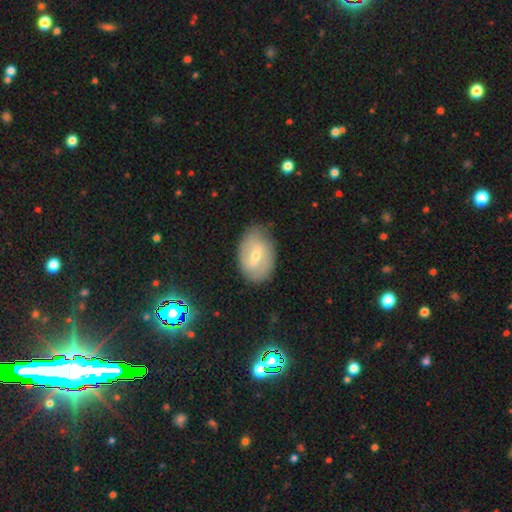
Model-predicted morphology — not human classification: Q: Smooth or featured?
A: featured or disk (58%); runner-up: smooth (32%)
Q: Edge-on disk?
A: no (92%); runner-up: yes (8%)
Q: Bar?
A: weak (49%); runner-up: strong (39%)
Q: Spiral arms?
A: yes (55%); runner-up: no (45%)
Q: Bulge size?
A: small (55%); runner-up: moderate (41%)
Q: Merging?
A: none (78%); runner-up: minor disturbance (17%)